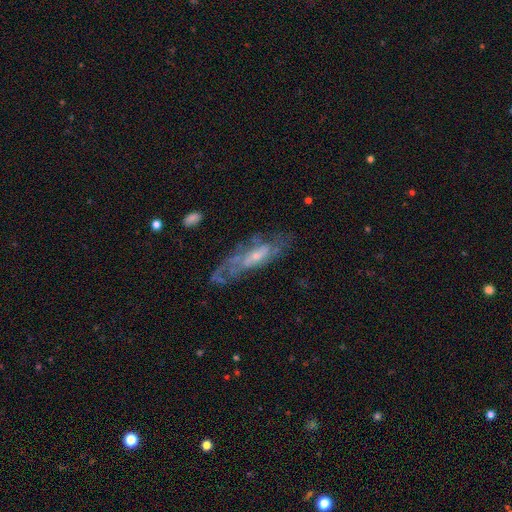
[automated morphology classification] This appears to be a featured or disk galaxy (73%) with no bar (53%), spiral arms (77%) and a small central bulge (60%). Merging: none (58%).